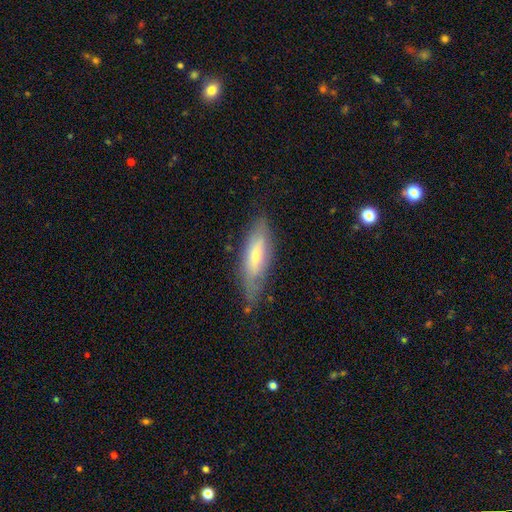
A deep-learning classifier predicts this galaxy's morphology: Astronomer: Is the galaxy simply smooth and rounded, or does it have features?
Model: smooth — 53% (runner-up: featured or disk, 40%).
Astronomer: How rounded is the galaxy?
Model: cigar-shaped — 54% (runner-up: in between, 44%).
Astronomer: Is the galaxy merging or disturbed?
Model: none — 69%.